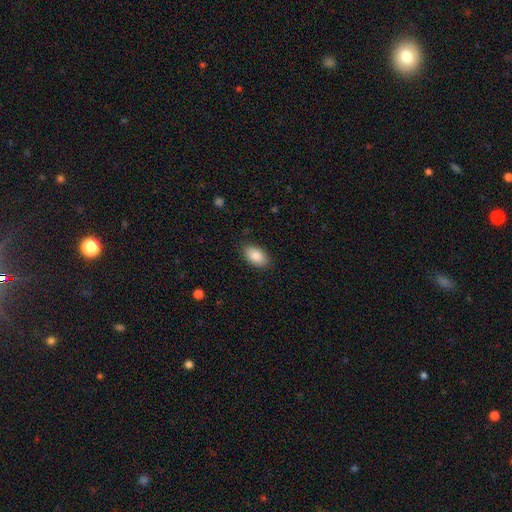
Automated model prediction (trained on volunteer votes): Morphology: type=smooth (88%); roundness=in between (94%); merging=none (86%).